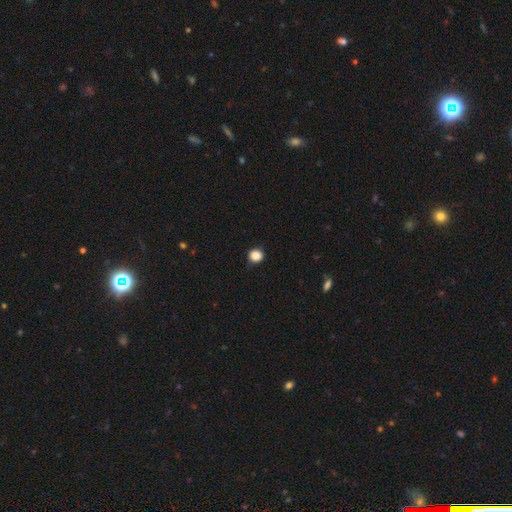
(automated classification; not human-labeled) Q: Smooth or featured?
A: smooth (86%); runner-up: star or artifact (11%)
Q: How rounded?
A: round (89%); runner-up: in between (10%)
Q: Merging?
A: none (87%); runner-up: minor disturbance (9%)